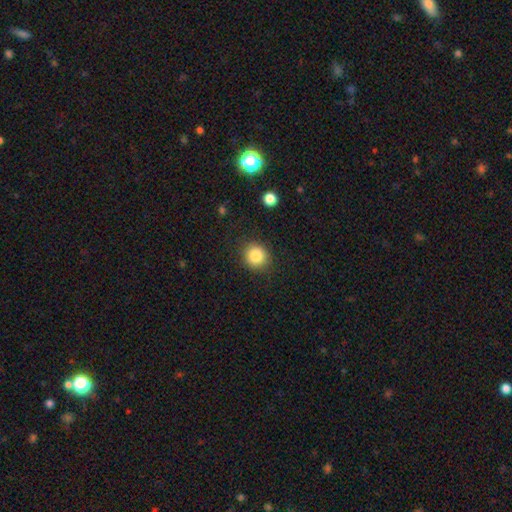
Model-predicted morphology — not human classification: Smooth or featured?
  - smooth: 85% *
  - star or artifact: 10%
  - featured or disk: 5%
How rounded?
  - round: 89% *
  - in between: 10%
  - cigar-shaped: 1%
Merging?
  - none: 87% *
  - minor disturbance: 9%
  - major disturbance: 3%
  - merger: 1%